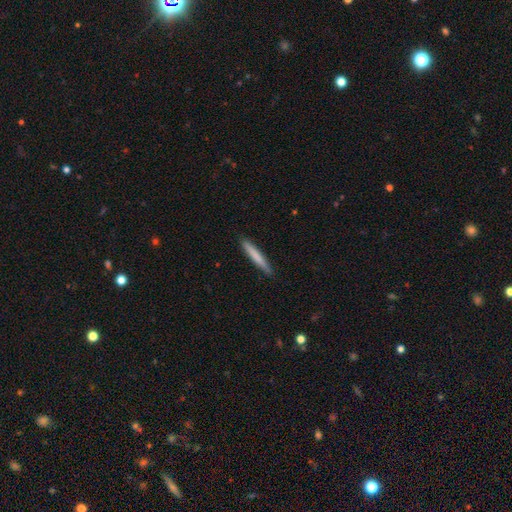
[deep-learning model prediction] smooth-or-featured: smooth: 73% | featured or disk: 22% | star or artifact: 5%
  how-rounded: cigar-shaped: 95% | in between: 3% | round: 1%
  merging: none: 89% | minor disturbance: 8% | major disturbance: 1% | merger: 1%